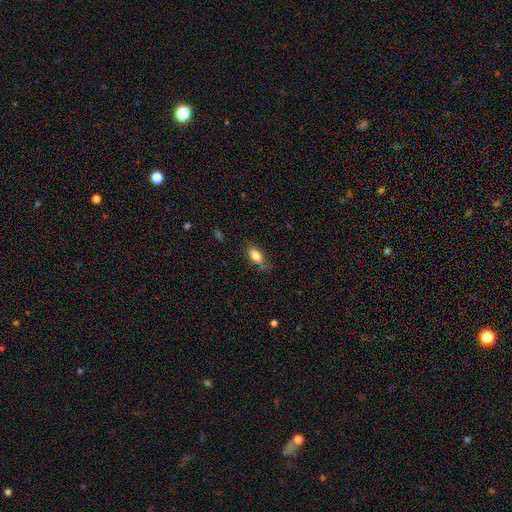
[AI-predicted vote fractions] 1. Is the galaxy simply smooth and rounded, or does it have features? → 80% smooth, 11% featured or disk, 9% star or artifact.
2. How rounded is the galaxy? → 85% in between, 10% round, 5% cigar-shaped.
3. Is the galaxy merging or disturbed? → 68% none, 22% minor disturbance, 6% major disturbance, 3% merger.